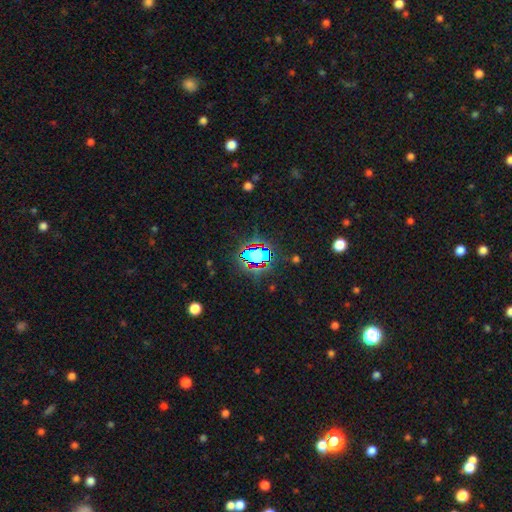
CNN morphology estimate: star or artifact 62%, smooth 25%, featured or disk 13%.